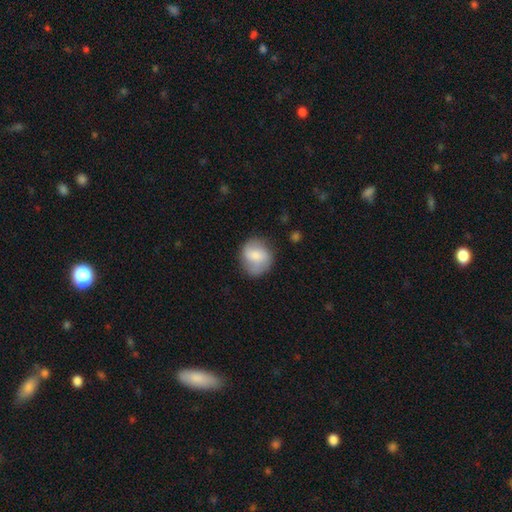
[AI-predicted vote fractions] smooth 52%, featured or disk 40%, star or artifact 7%. Down the decision tree: how rounded — round (76%); merging — none (73%).